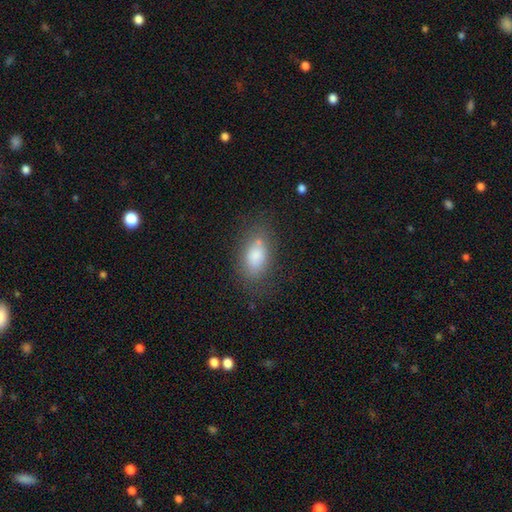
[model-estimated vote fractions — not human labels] Overall: smooth (79%). How rounded: in between (87%). Merging: none (66%).